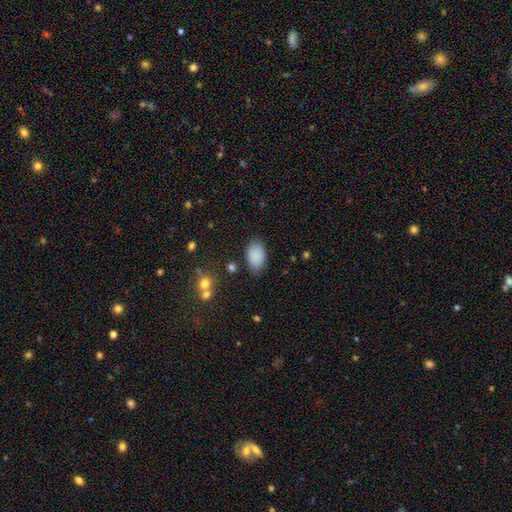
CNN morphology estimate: smooth-or-featured: smooth: 88% | star or artifact: 7% | featured or disk: 4%
  how-rounded: in between: 91% | round: 8% | cigar-shaped: 1%
  merging: none: 81% | minor disturbance: 14% | major disturbance: 4% | merger: 2%